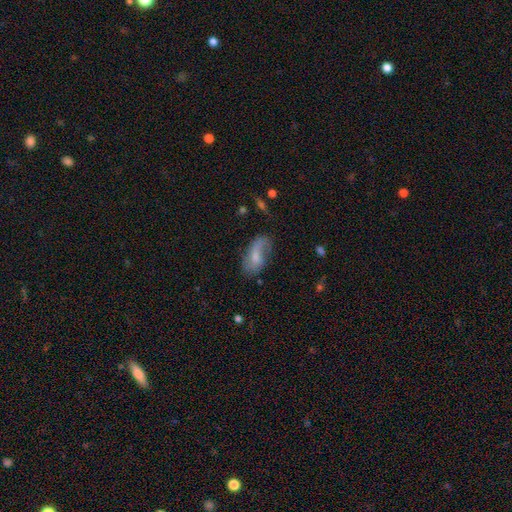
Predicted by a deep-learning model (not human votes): Q: Smooth or featured?
A: featured or disk (49%); runner-up: smooth (42%)
Q: Merging?
A: none (52%); runner-up: minor disturbance (28%)